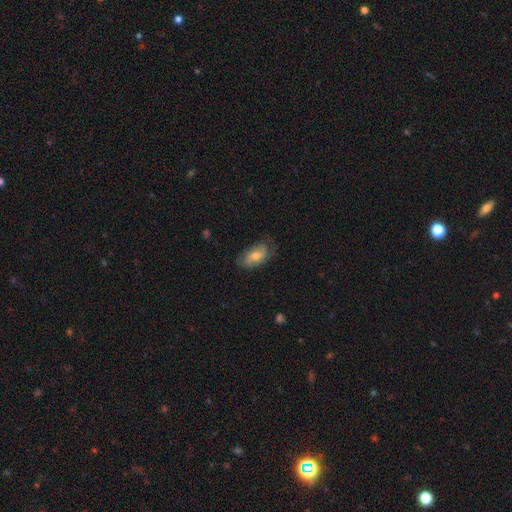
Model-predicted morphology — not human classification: smooth-or-featured: smooth: 46% (tied) | featured or disk: 46% (tied) | star or artifact: 7%
  merging: none: 66% | minor disturbance: 24% | major disturbance: 9% | merger: 1%